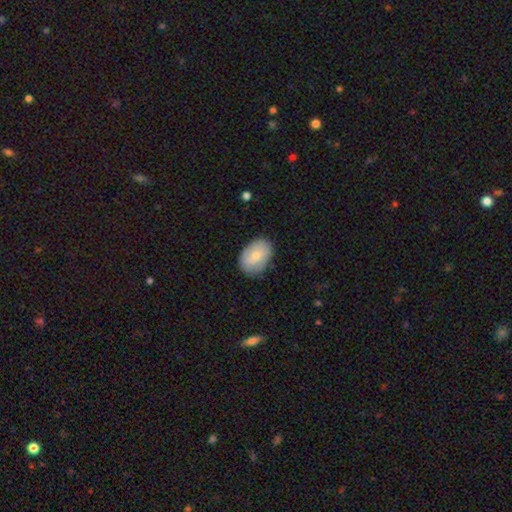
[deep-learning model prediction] Smooth or featured? smooth (71%)
How rounded? in between (82%)
Merging? none (81%)